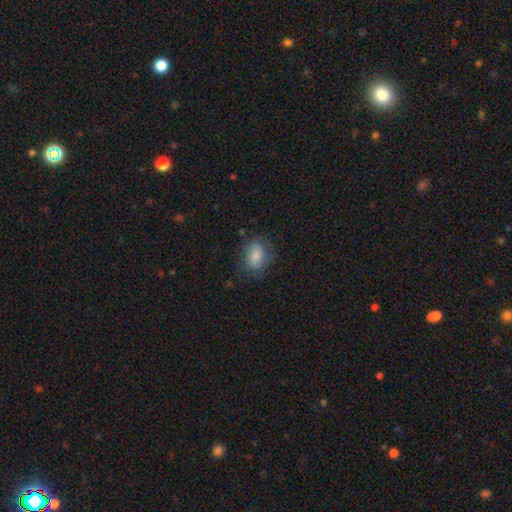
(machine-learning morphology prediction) Overall: smooth (71%). How rounded: in between (67%; round 31%). Merging: none (68%).